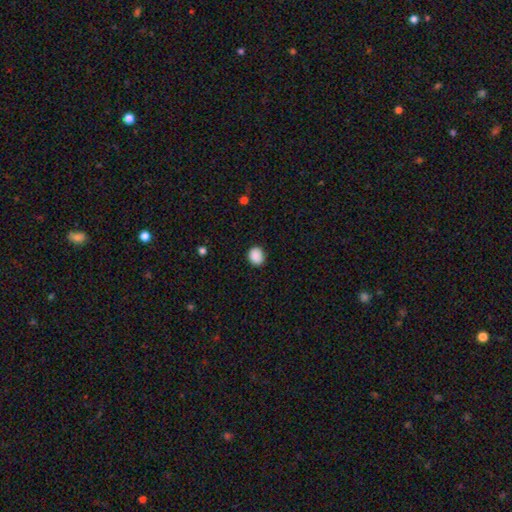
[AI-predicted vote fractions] Q: Smooth or featured?
A: smooth (89%); runner-up: star or artifact (8%)
Q: How rounded?
A: round (62%); runner-up: in between (37%)
Q: Merging?
A: none (88%); runner-up: minor disturbance (9%)